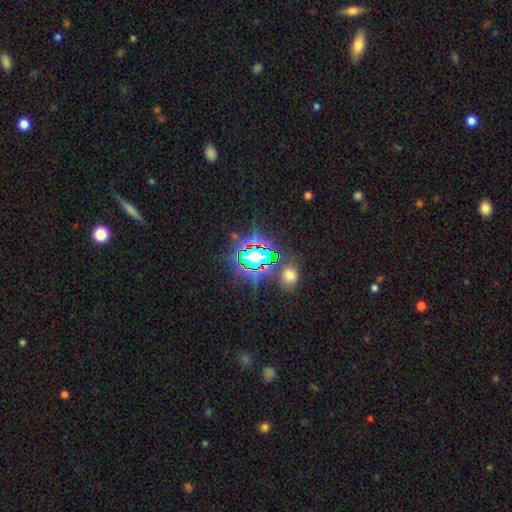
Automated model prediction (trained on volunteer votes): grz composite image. It shows a star or artifact, not a galaxy (72%).